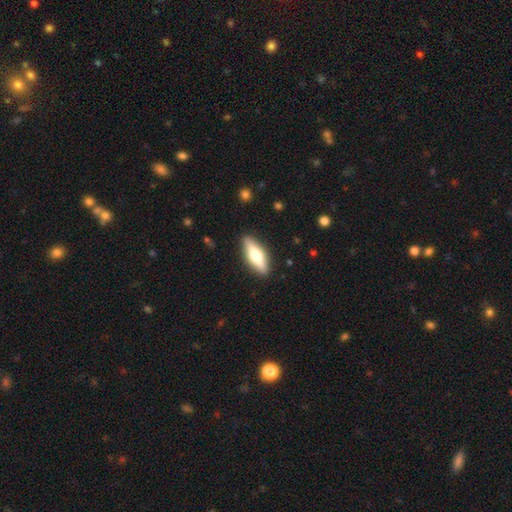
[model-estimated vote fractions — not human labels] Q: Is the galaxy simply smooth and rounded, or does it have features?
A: smooth — 50%.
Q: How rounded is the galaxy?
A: in between — 53%.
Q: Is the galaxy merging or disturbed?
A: none — 88%.